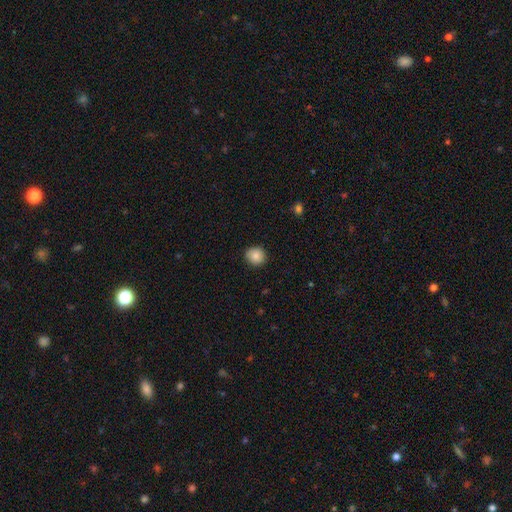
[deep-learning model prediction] This is clearly a smooth galaxy (85%). How rounded: clearly round (84%). Merging: clearly none (89%).